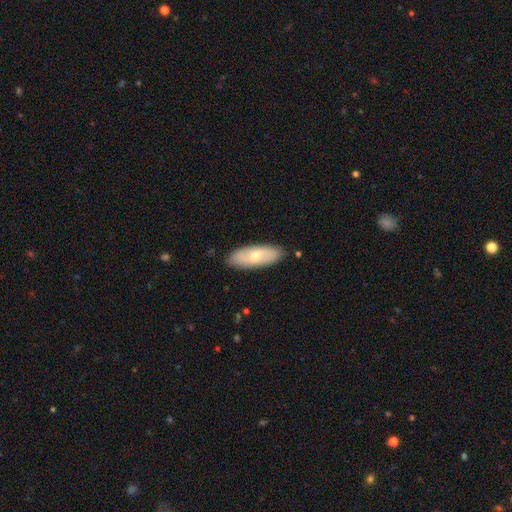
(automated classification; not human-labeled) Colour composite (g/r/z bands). It shows a smooth galaxy with no disk features (60%) that is in between round and cigar-shaped (75%). Merging: none (87%).